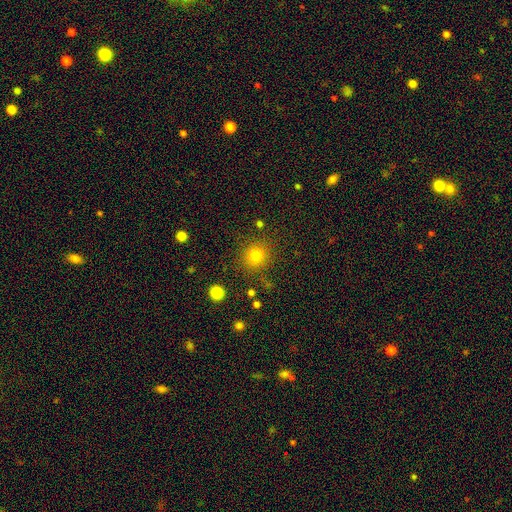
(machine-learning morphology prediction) Smooth or featured? Predicted: smooth (p=0.79). How rounded? Predicted: round (p=0.88). Merging? Predicted: none (p=0.86).